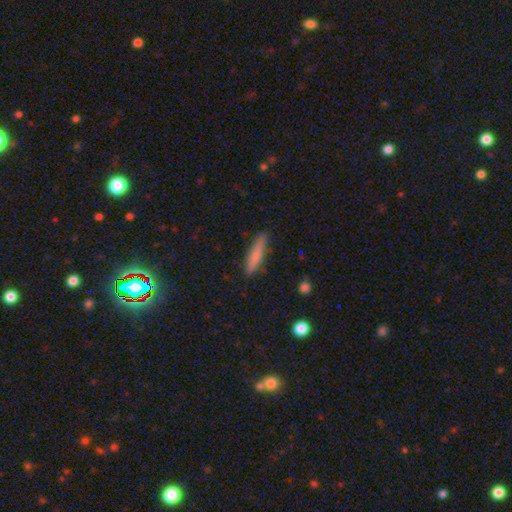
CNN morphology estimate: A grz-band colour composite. It shows a smooth galaxy with no disk features (76%) that is cigar-shaped (88%). Merging: none (86%).